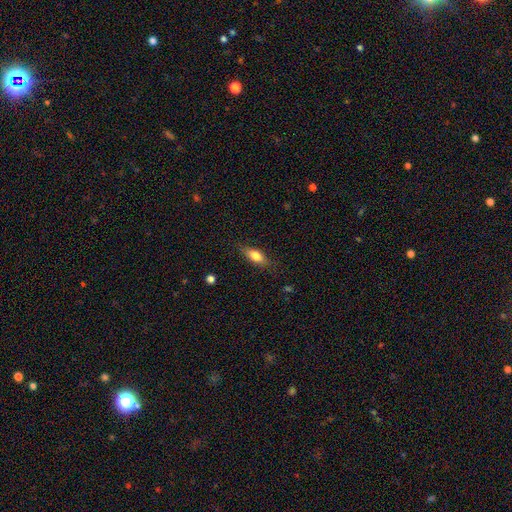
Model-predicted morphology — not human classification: Overall: smooth (72%). How rounded: in between (70%). Merging: none (81%).